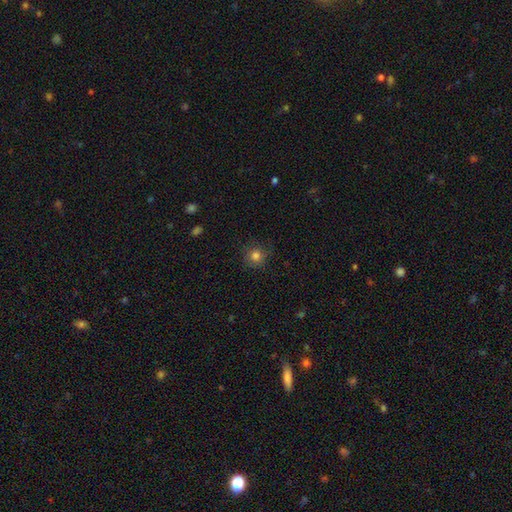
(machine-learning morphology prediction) Smooth or featured? smooth (80%)
How rounded? round (91%)
Merging? none (84%)